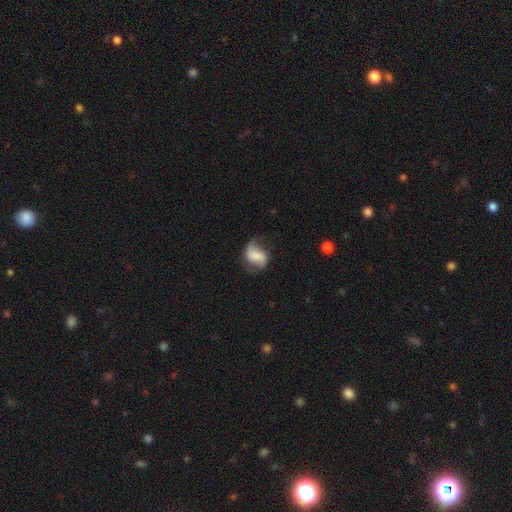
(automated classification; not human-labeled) Smooth or featured? Predicted: featured or disk (p=0.62). Edge-on disk? Predicted: no (p=0.97). Bar? Predicted: weak (p=0.40). Spiral arms? Predicted: yes (p=0.90). Spiral winding? Predicted: loose (p=0.58). Spiral arm count? Predicted: 2 (p=0.88). Bulge size? Predicted: small (p=0.32). Merging? Predicted: none (p=0.63).